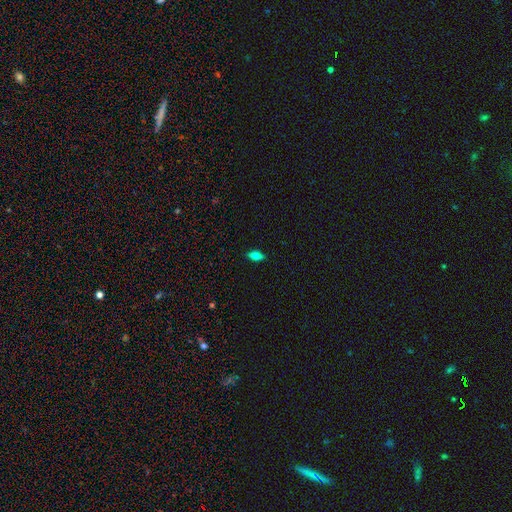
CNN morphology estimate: This appears to be a smooth galaxy with no disk features (76%) that is in between round and cigar-shaped (84%). Merging: none (88%).